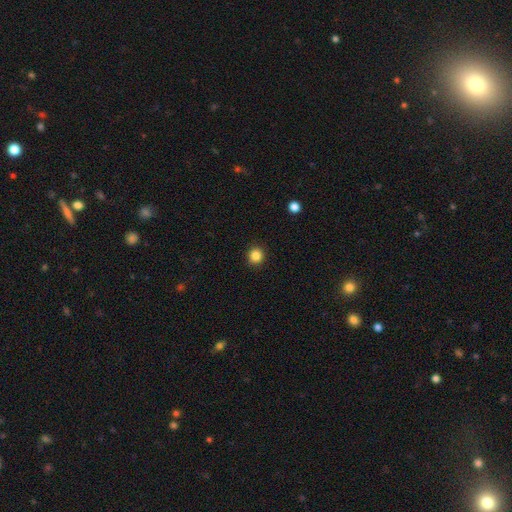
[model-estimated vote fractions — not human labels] Q: Smooth or featured?
A: smooth (85%); runner-up: star or artifact (11%)
Q: How rounded?
A: round (93%); runner-up: in between (6%)
Q: Merging?
A: none (92%); runner-up: minor disturbance (5%)